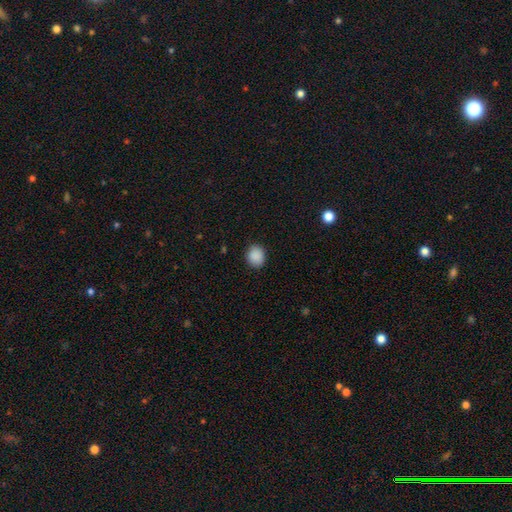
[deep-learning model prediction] A smooth galaxy with no disk features (89%) that is round (67%).

Vote fractions:
- Smooth or featured? smooth: 89% / star or artifact: 8% / featured or disk: 3%
- How rounded? round: 67% / in between: 32% / cigar-shaped: 1%
- Merging? none: 87% / minor disturbance: 9% / major disturbance: 2% / merger: 1%